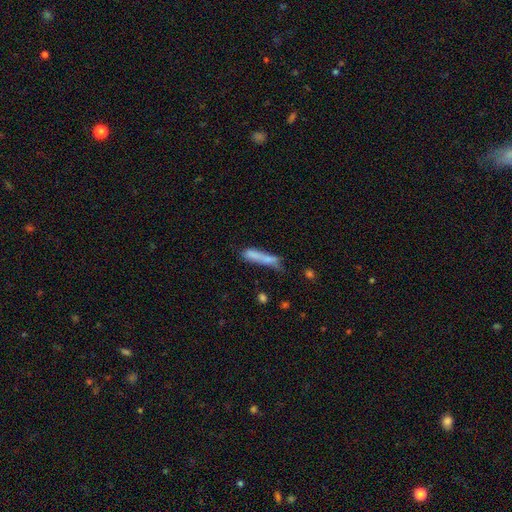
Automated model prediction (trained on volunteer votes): Q: Smooth or featured?
A: smooth (72%); runner-up: featured or disk (19%)
Q: How rounded?
A: cigar-shaped (80%); runner-up: in between (17%)
Q: Merging?
A: none (39%); runner-up: minor disturbance (26%)